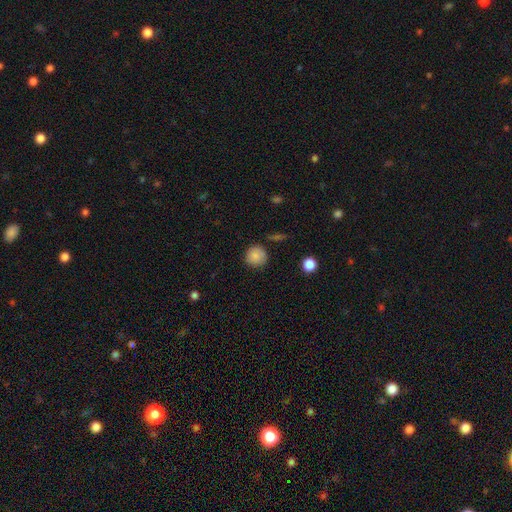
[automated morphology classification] A smooth galaxy with no disk features (85%) that is round (92%).

Vote fractions:
- Smooth or featured? smooth: 85% / star or artifact: 10% / featured or disk: 5%
- How rounded? round: 92% / in between: 7% / cigar-shaped: 1%
- Merging? none: 84% / minor disturbance: 11% / major disturbance: 3% / merger: 2%